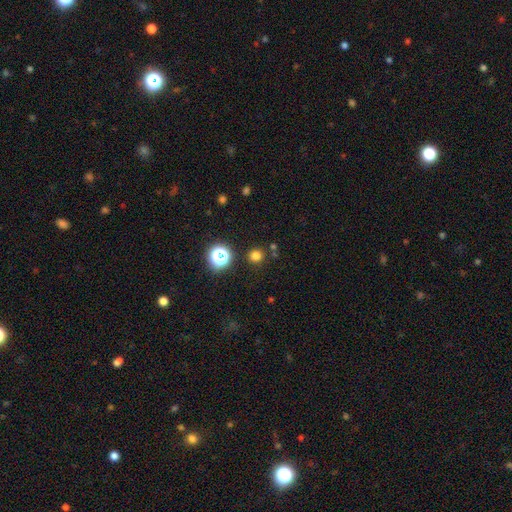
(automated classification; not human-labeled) Morphology: type=smooth (74%); roundness=round (93%); merging=none (86%).